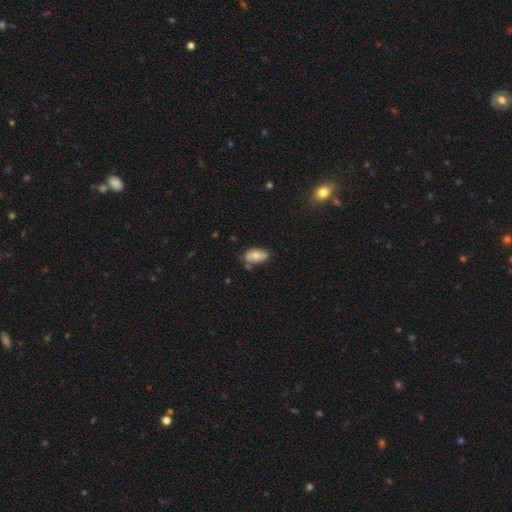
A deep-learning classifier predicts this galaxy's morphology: smooth-or-featured: smooth: 68% | featured or disk: 25% | star or artifact: 7%
  how-rounded: in between: 92% | round: 5% | cigar-shaped: 2%
  merging: none: 53% | minor disturbance: 33% | major disturbance: 7% | merger: 7%